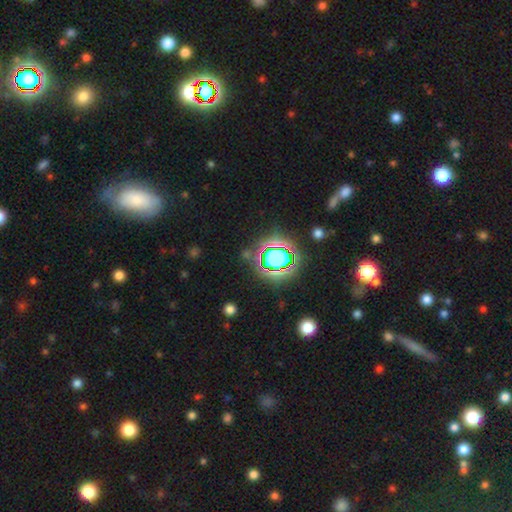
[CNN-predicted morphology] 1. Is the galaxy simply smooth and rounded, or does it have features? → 71% star or artifact, 18% smooth, 11% featured or disk.